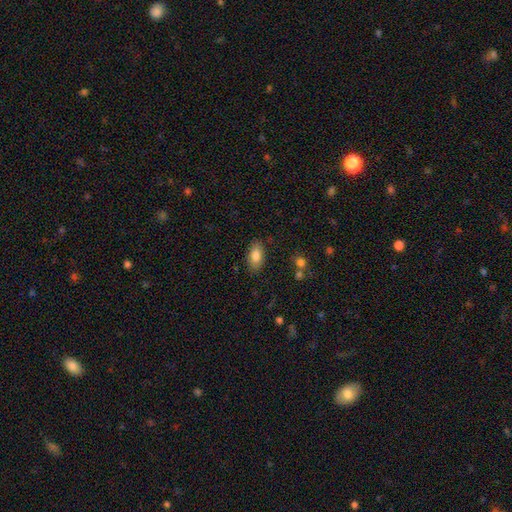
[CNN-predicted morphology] This appears to be a smooth galaxy with no disk features (84%) that is in between round and cigar-shaped (91%). Merging: none (85%).